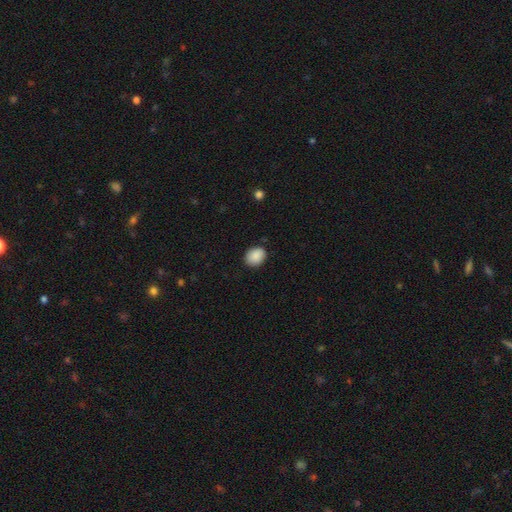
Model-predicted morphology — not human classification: smooth_or_featured: smooth (p=0.89) [alt: star or artifact p=0.07]
how_rounded: round (p=0.51) [alt: in between p=0.48]
merging: none (p=0.86) [alt: minor disturbance p=0.11]